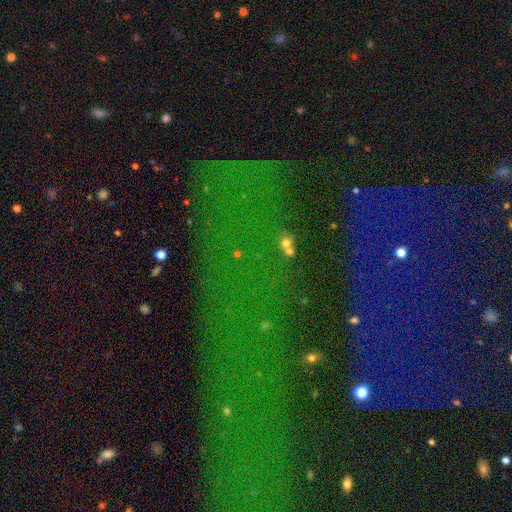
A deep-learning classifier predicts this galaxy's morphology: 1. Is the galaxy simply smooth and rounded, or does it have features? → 81% star or artifact, 10% featured or disk, 10% smooth.